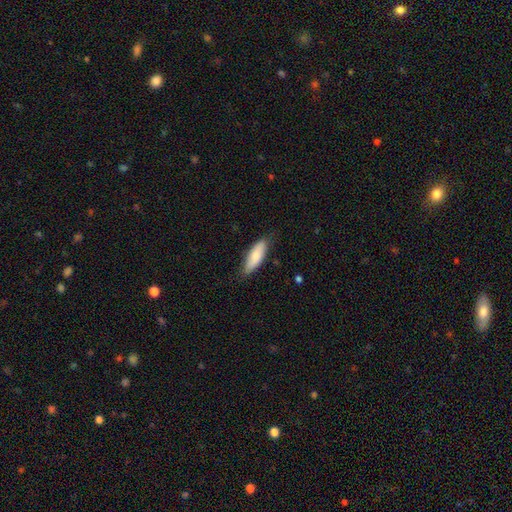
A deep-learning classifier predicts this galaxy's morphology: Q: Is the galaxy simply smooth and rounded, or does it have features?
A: smooth — 76%.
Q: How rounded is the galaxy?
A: in between — 63%.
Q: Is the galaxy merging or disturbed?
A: none — 78%.